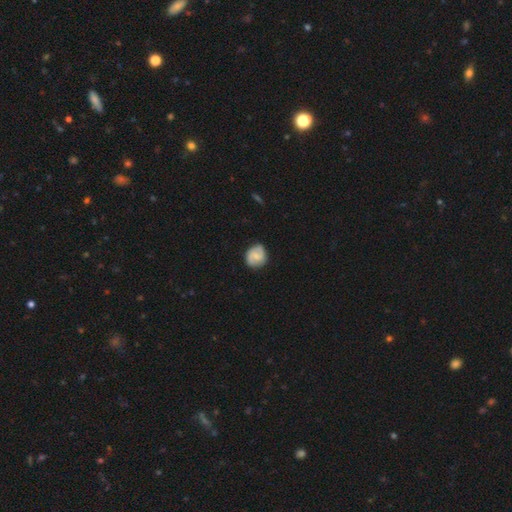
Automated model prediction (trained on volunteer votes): The model was most divided on "smooth or featured": smooth: 54%, featured or disk: 39%, star or artifact: 7%. More confident: merging — none (76%); how rounded — round (74%).